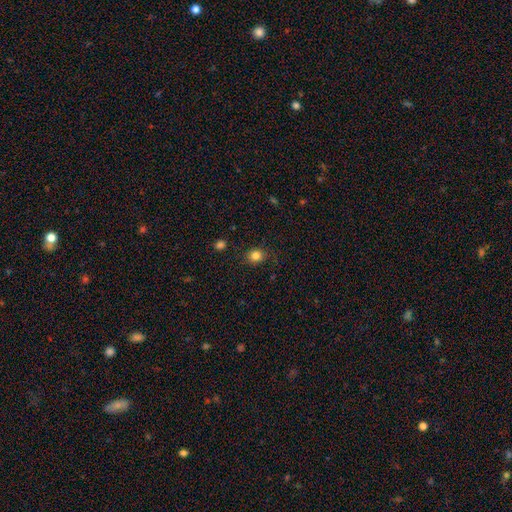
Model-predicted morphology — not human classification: Overall: smooth (83%). How rounded: round (72%). Merging: none (84%).